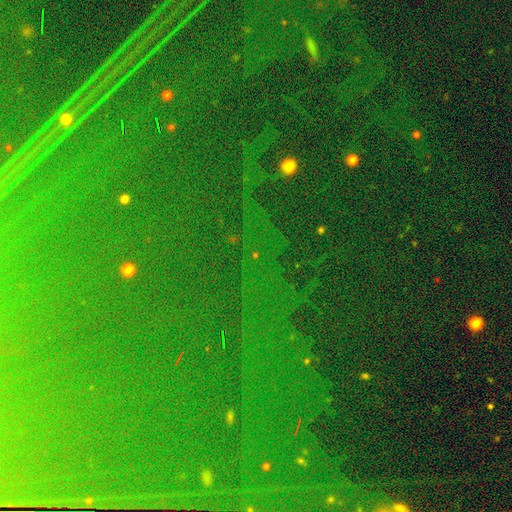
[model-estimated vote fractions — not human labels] A star or artifact, not a galaxy (84%).

Vote fractions:
- Smooth or featured? star or artifact: 84% / smooth: 9% / featured or disk: 7%